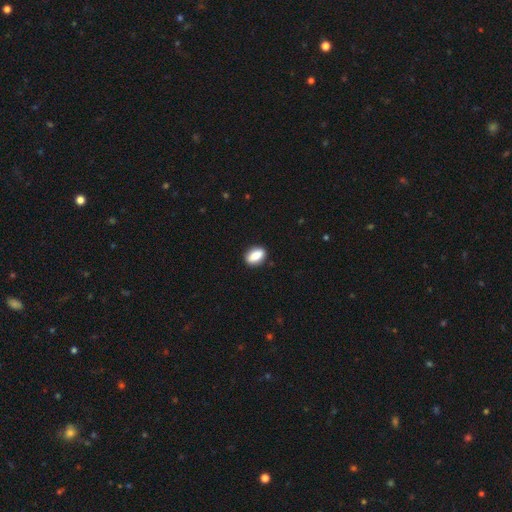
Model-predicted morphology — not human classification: smooth-or-featured: smooth: 84% | featured or disk: 9% | star or artifact: 7%
  how-rounded: in between: 83% | round: 11% | cigar-shaped: 6%
  merging: none: 89% | minor disturbance: 8% | major disturbance: 2% | merger: 1%